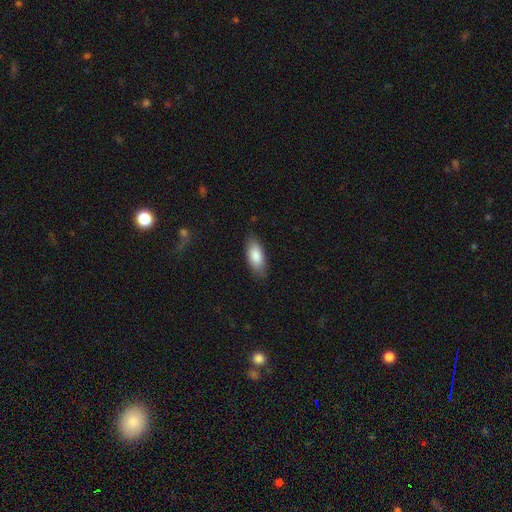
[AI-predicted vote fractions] Smooth or featured? smooth (85%)
How rounded? in between (86%)
Merging? none (84%)